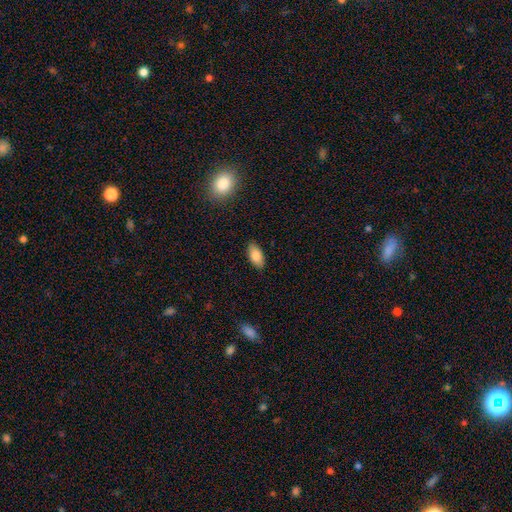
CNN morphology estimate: Smooth or featured?
  - smooth: 83% *
  - featured or disk: 9%
  - star or artifact: 7%
How rounded?
  - in between: 91% *
  - cigar-shaped: 6%
  - round: 3%
Merging?
  - none: 87% *
  - minor disturbance: 9%
  - major disturbance: 2%
  - merger: 1%